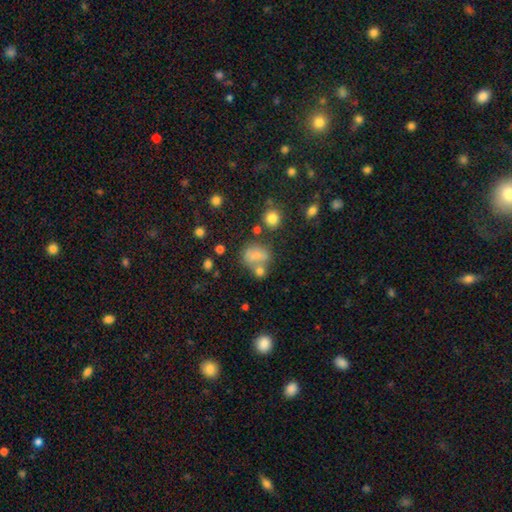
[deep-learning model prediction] Smooth or featured: smooth — 67% (featured or disk — 18%)
How rounded: in between — 51% (round — 48%)
Merging: none — 40% (merger — 31%)